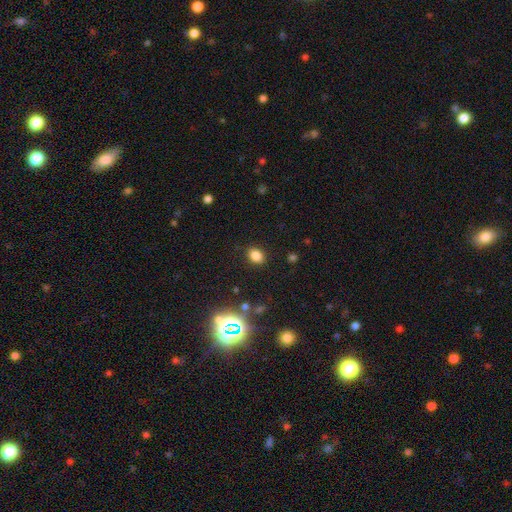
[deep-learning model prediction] Smooth or featured? Predicted: smooth (p=0.78). How rounded? Predicted: in between (p=0.60). Merging? Predicted: none (p=0.87).